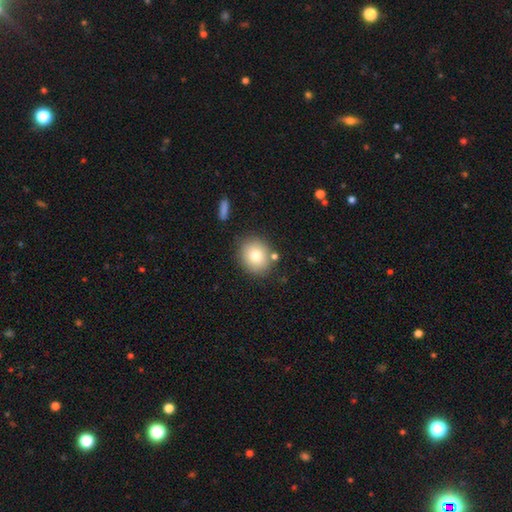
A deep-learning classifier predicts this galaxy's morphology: type=smooth (77%); roundness=round (75%); merging=none (80%).